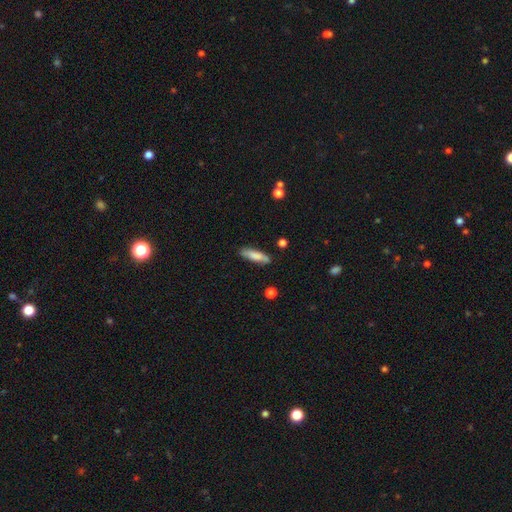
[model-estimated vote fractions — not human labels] A smooth galaxy with no disk features (77%) that is cigar-shaped (64%). Merging: none (81%).